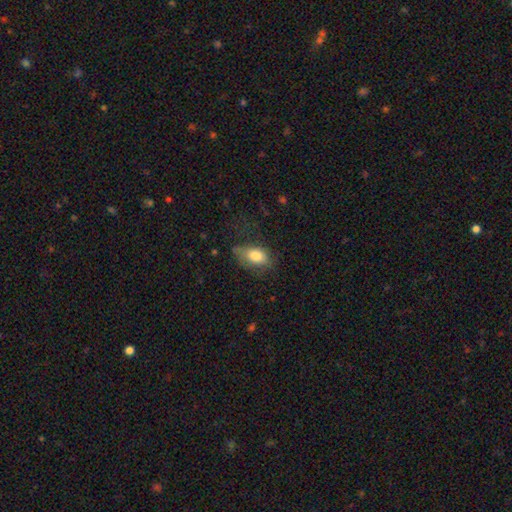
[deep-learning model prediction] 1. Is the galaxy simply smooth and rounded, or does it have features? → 78% smooth, 14% featured or disk, 8% star or artifact.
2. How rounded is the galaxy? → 89% in between, 7% round, 4% cigar-shaped.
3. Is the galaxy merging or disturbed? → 49% none, 30% minor disturbance, 18% major disturbance, 2% merger.